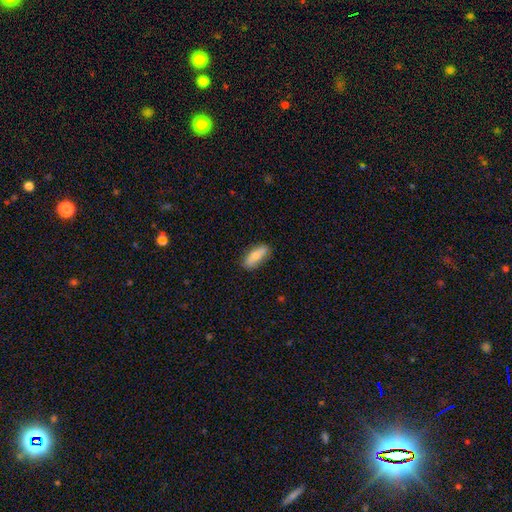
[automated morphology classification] Smooth or featured? Predicted: smooth (p=0.66). How rounded? Predicted: in between (p=0.74). Merging? Predicted: none (p=0.80).